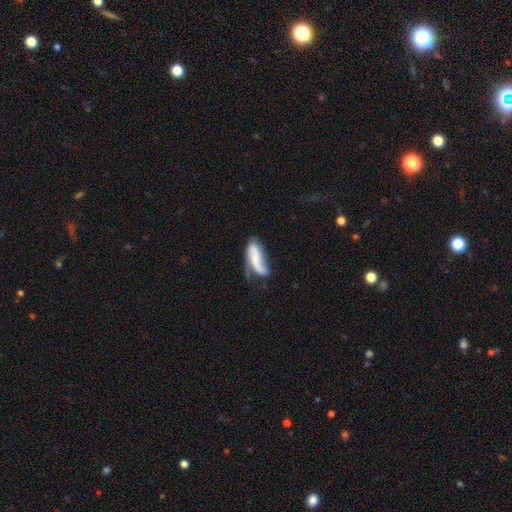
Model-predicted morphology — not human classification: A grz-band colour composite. It shows a featured or disk galaxy (50%). Merging: none (35%).